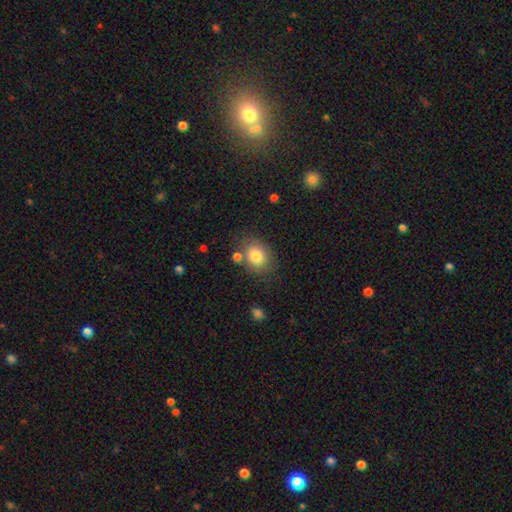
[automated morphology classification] This is clearly a smooth galaxy (82%). How rounded: possibly in between (55%). Merging: likely none (70%).